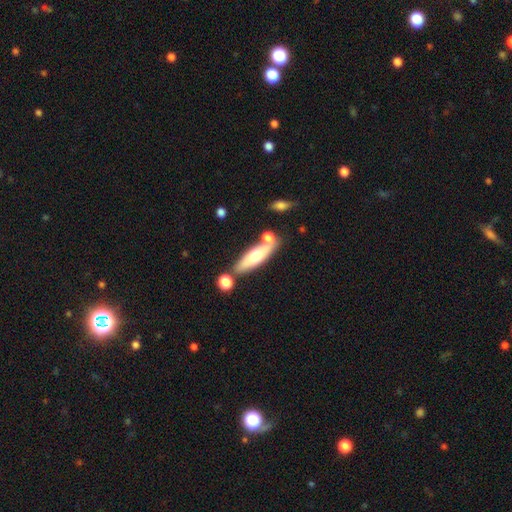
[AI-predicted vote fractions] Smooth or featured: smooth — 58% (featured or disk — 37%)
How rounded: cigar-shaped — 60% (in between — 38%)
Merging: none — 68% (merger — 16%)